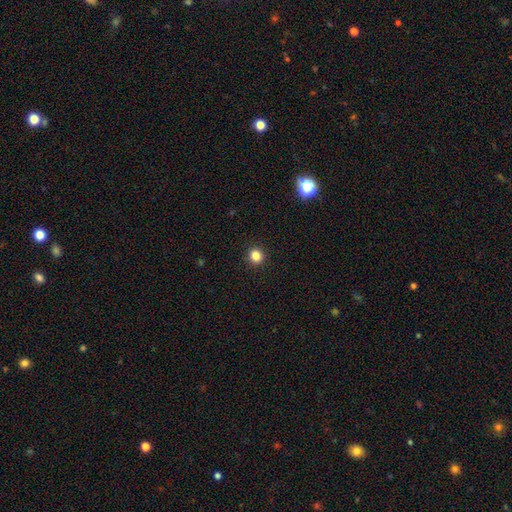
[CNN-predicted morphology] smooth_or_featured: smooth (p=0.84) [alt: star or artifact p=0.12]
how_rounded: round (p=0.90) [alt: in between p=0.09]
merging: none (p=0.93) [alt: minor disturbance p=0.05]